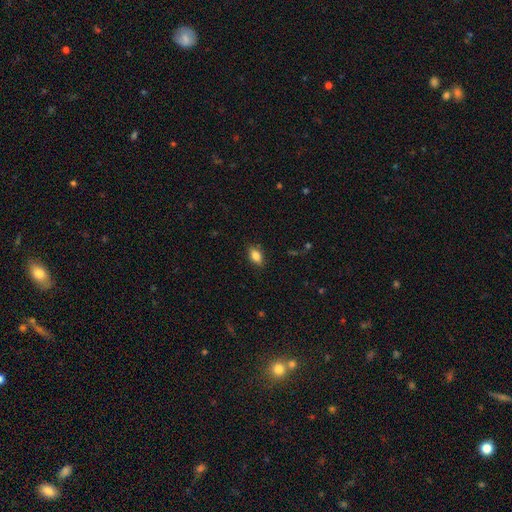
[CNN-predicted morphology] The model was most divided on "merging": none: 83%, minor disturbance: 13%, major disturbance: 3%, merger: 1%. More confident: how rounded — in between (85%); smooth or featured — smooth (81%).